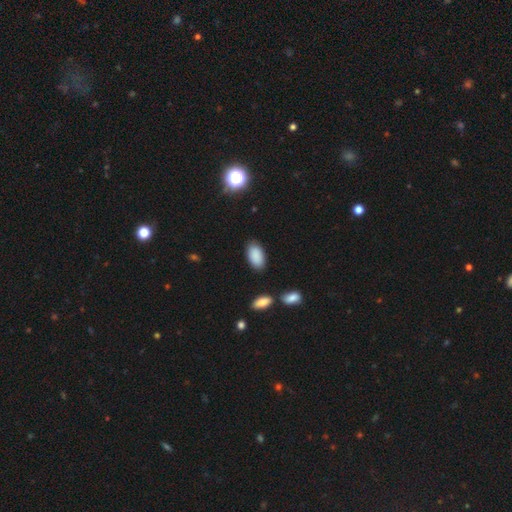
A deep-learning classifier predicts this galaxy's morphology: smooth_or_featured: smooth (p=0.88) [alt: star or artifact p=0.07]
how_rounded: in between (p=0.94) [alt: round p=0.03]
merging: none (p=0.85) [alt: minor disturbance p=0.10]